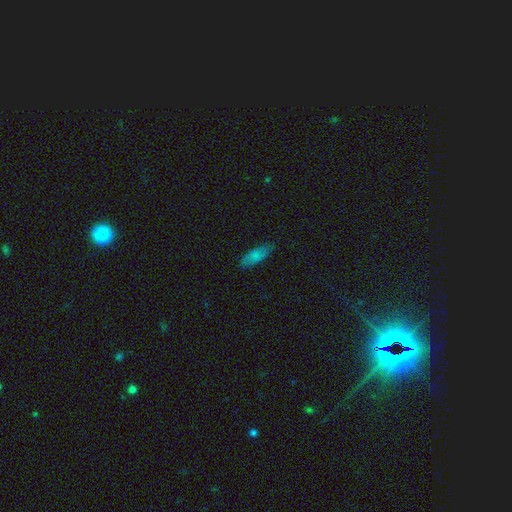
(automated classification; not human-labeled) smooth 78%, featured or disk 14%, star or artifact 8%. Down the decision tree: how rounded — in between (72%); merging — none (80%).